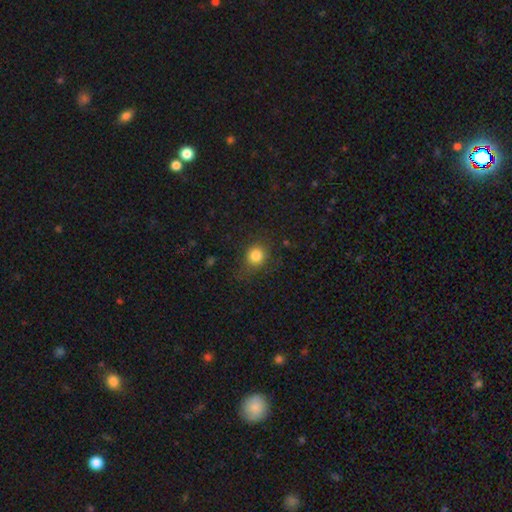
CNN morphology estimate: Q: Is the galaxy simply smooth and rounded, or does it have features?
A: smooth — 82%.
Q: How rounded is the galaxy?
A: round — 80%.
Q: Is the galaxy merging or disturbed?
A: none — 78%.